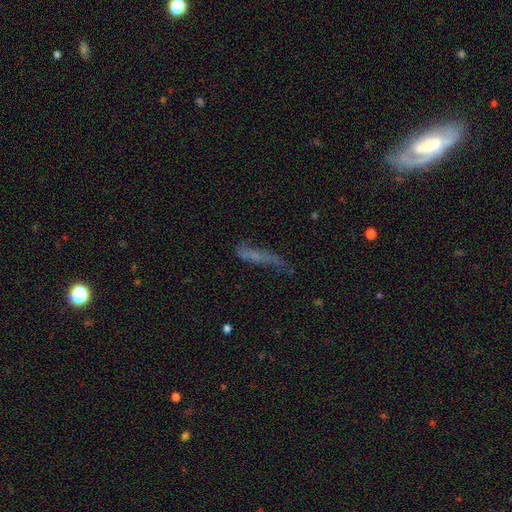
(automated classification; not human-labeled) A smooth galaxy with no disk features (44%).

Vote fractions:
- Smooth or featured? smooth: 44% / featured or disk: 41% / star or artifact: 15%
- Merging? none: 45% / minor disturbance: 28% / major disturbance: 22% / merger: 5%